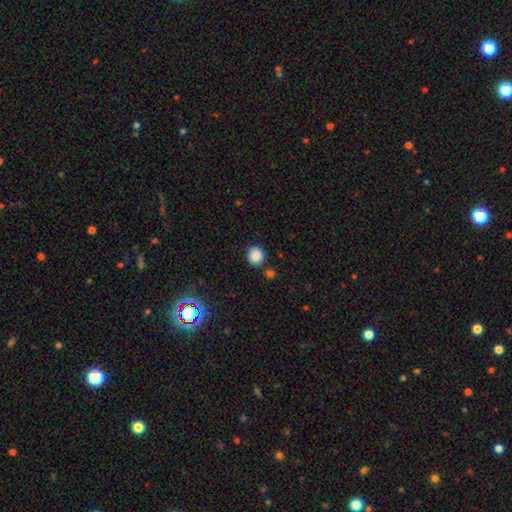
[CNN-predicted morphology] Smooth or featured?
  - smooth: 86% *
  - star or artifact: 10%
  - featured or disk: 4%
How rounded?
  - round: 77% *
  - in between: 22%
  - cigar-shaped: 1%
Merging?
  - none: 81% *
  - minor disturbance: 11%
  - merger: 6%
  - major disturbance: 3%